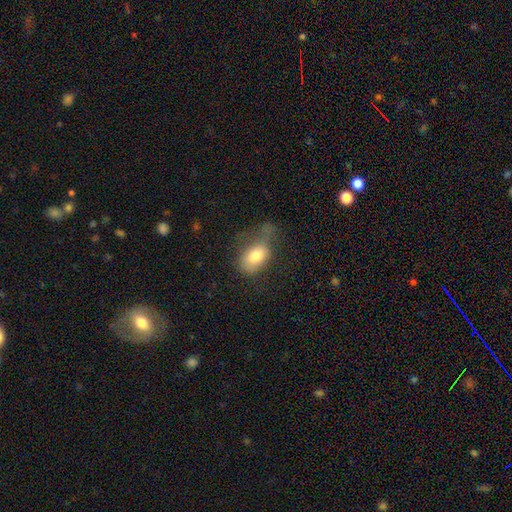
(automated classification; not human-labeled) Smooth or featured?
  - smooth: 75% *
  - featured or disk: 16%
  - star or artifact: 9%
How rounded?
  - in between: 88% *
  - round: 10%
  - cigar-shaped: 2%
Merging?
  - major disturbance: 34% *
  - minor disturbance: 30%
  - none: 30%
  - merger: 6%